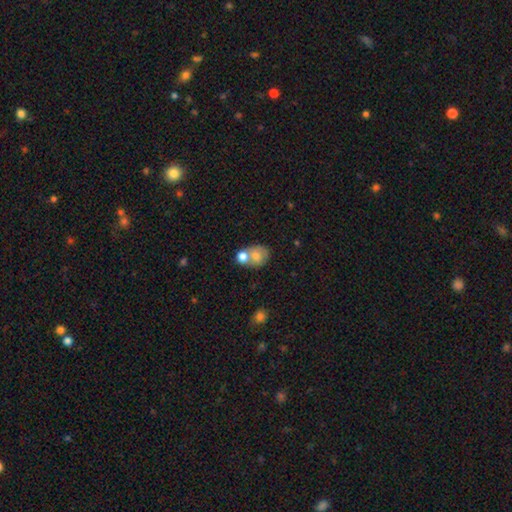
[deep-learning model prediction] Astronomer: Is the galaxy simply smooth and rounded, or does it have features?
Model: smooth — 69%.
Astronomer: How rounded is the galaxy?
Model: round — 53% (runner-up: in between, 46%).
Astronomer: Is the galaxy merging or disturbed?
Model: merger — 49% (runner-up: none, 33%).